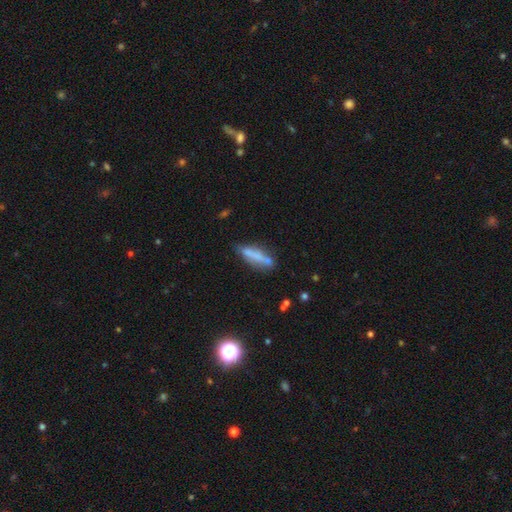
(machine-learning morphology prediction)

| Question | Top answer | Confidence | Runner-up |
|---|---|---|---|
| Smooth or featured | smooth | 61% | featured or disk (30%) |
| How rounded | cigar-shaped | 77% | in between (21%) |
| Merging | none | 65% | minor disturbance (20%) |